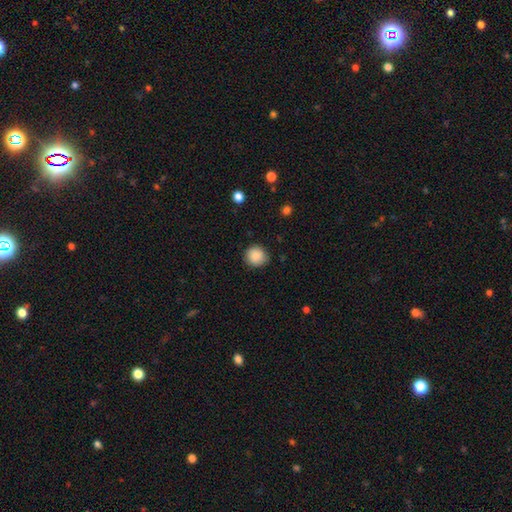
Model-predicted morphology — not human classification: Smooth or featured?
  - smooth: 88% *
  - star or artifact: 8%
  - featured or disk: 3%
How rounded?
  - round: 90% *
  - in between: 9%
  - cigar-shaped: 1%
Merging?
  - none: 85% *
  - minor disturbance: 12%
  - major disturbance: 3%
  - merger: 1%